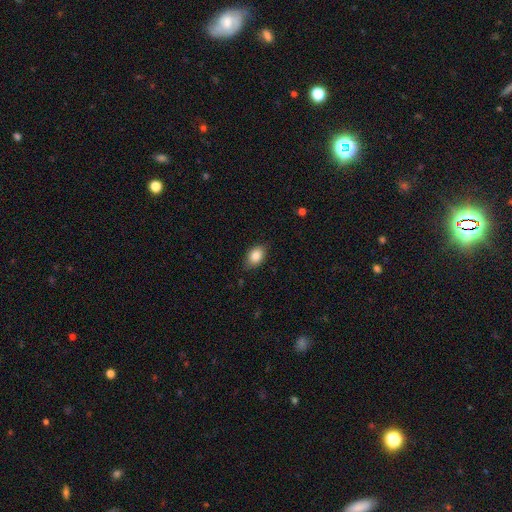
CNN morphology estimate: smooth_or_featured: smooth (p=0.86) [alt: star or artifact p=0.08]
how_rounded: in between (p=0.83) [alt: round p=0.16]
merging: none (p=0.81) [alt: minor disturbance p=0.15]